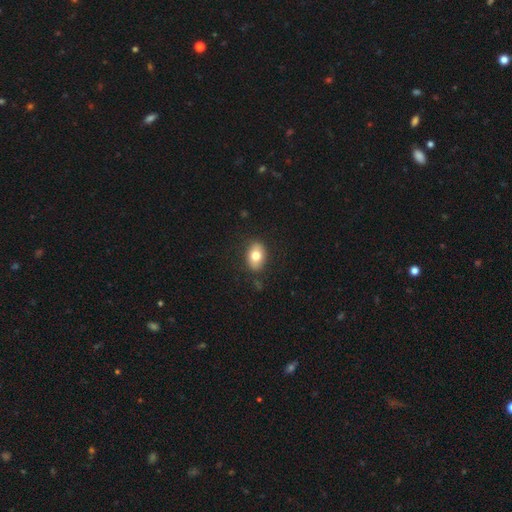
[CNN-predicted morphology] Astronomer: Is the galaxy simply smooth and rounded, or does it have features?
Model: smooth — 78%.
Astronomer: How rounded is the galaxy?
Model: in between — 83%.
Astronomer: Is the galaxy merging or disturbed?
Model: none — 84%.